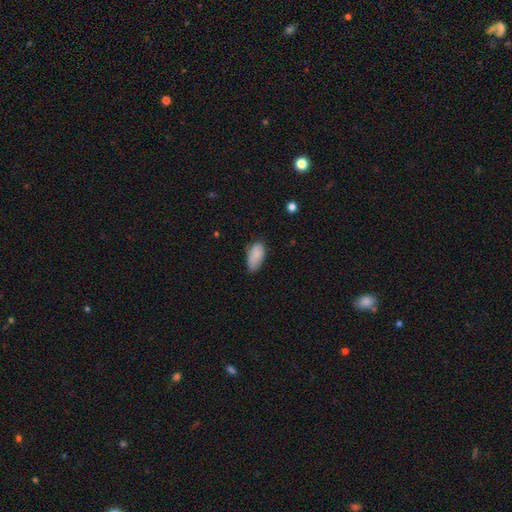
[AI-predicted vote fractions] A smooth galaxy with no disk features (85%) that is in between round and cigar-shaped (93%). Merging: none (58%).